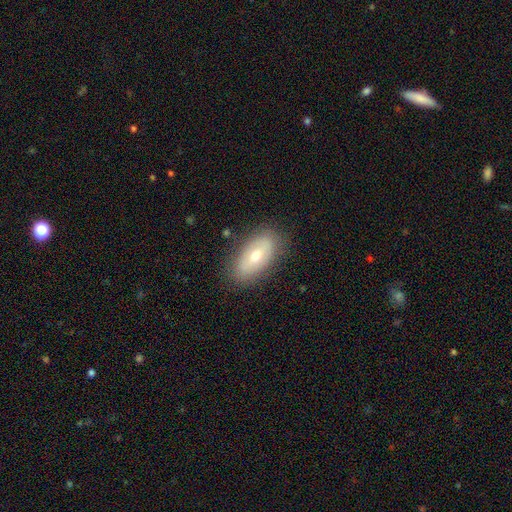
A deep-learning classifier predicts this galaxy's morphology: This appears to be a smooth galaxy with no disk features (55%) that is in between round and cigar-shaped (88%). Merging: none (84%).